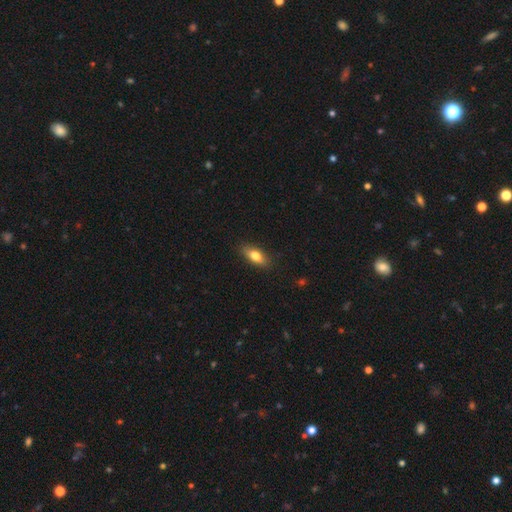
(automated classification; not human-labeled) Morphology: type=smooth (74%); roundness=in between (75%); merging=none (85%).